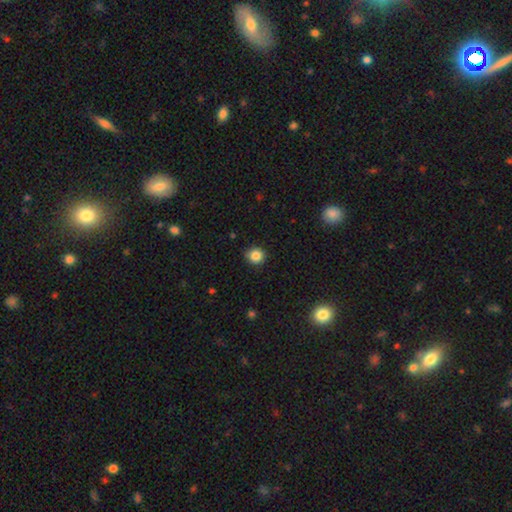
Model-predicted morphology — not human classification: Smooth or featured: smooth — 85% (star or artifact — 11%)
How rounded: round — 87% (in between — 12%)
Merging: none — 87% (minor disturbance — 10%)